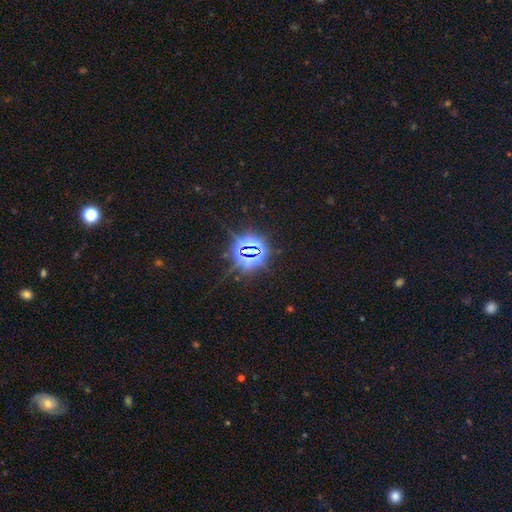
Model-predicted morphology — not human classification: This is clearly a star or artifact rather than a galaxy (82%).